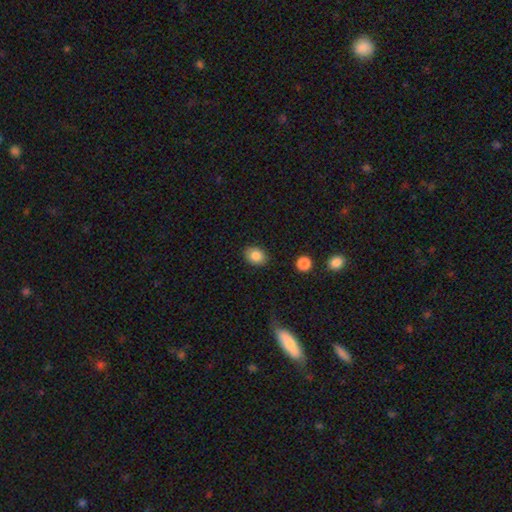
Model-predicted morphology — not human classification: This appears to be a smooth galaxy with no disk features (85%) that is in between round and cigar-shaped (66%). Merging: none (87%).